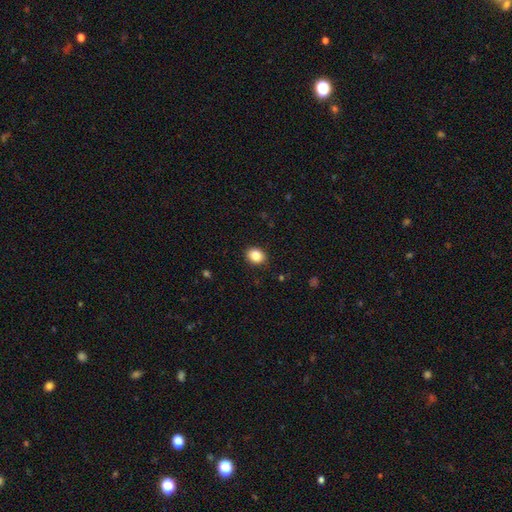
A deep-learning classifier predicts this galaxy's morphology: This appears to be a smooth galaxy with no disk features (85%) that is round (52%). Merging: none (90%).